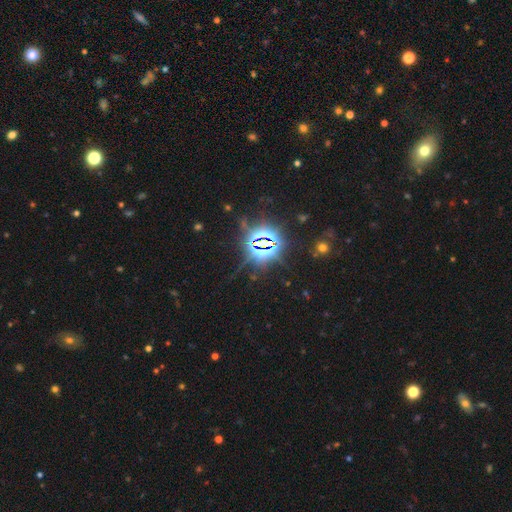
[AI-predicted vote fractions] smooth-or-featured: star or artifact: 84% | smooth: 9% | featured or disk: 7%